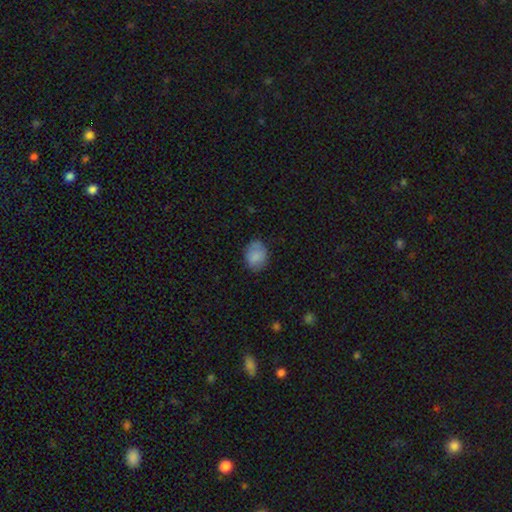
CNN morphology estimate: A smooth galaxy with no disk features (82%) that is in between round and cigar-shaped (57%). Merging: none (72%).